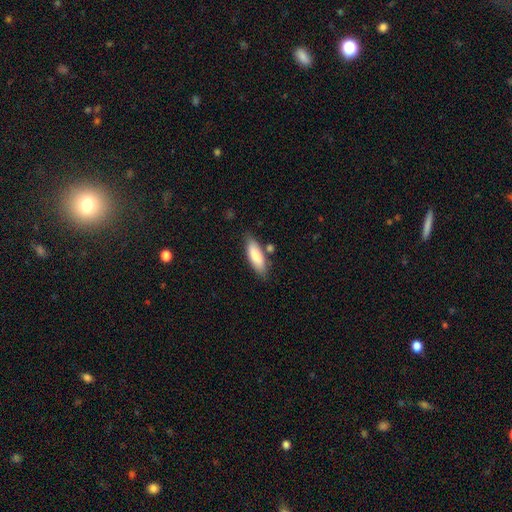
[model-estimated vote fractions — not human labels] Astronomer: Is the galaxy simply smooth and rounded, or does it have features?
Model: smooth — 82%.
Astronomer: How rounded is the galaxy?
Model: in between — 59% (runner-up: cigar-shaped, 40%).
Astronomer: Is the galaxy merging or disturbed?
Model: none — 75%.